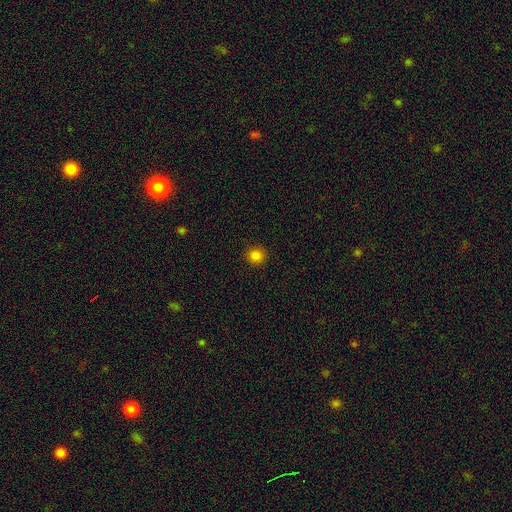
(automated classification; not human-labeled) Smooth or featured? smooth (83%)
How rounded? round (91%)
Merging? none (92%)